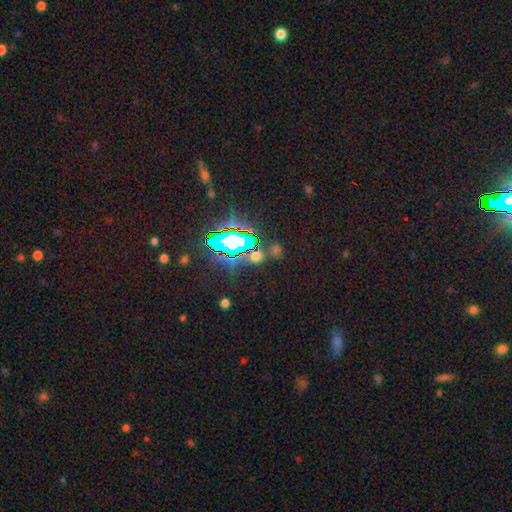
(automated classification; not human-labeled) A star or artifact, not a galaxy (55%).

Vote fractions:
- Smooth or featured? star or artifact: 55% / smooth: 36% / featured or disk: 9%